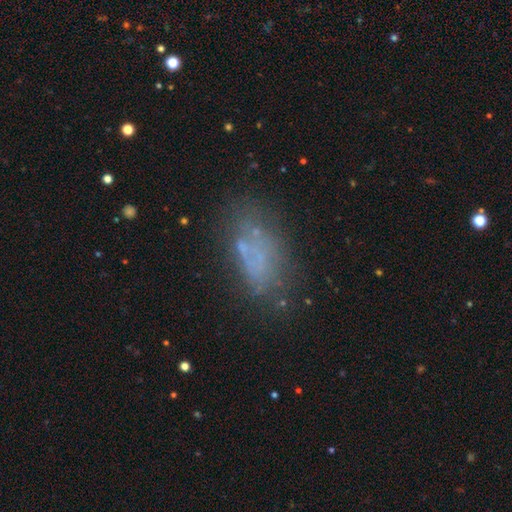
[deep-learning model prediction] A smooth galaxy with no disk features (50%) that is in between round and cigar-shaped (84%).

Vote fractions:
- Smooth or featured? smooth: 50% / featured or disk: 31% / star or artifact: 19%
- How rounded? in between: 84% / cigar-shaped: 11% / round: 5%
- Merging? none: 58% / minor disturbance: 20% / major disturbance: 16% / merger: 7%